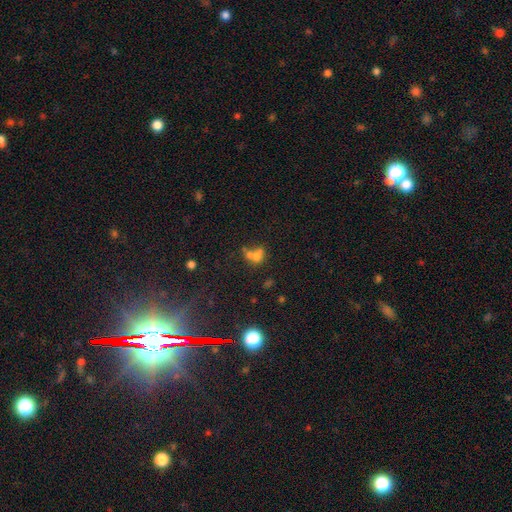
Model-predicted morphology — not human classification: Smooth or featured? Predicted: smooth (p=0.64). How rounded? Predicted: round (p=0.50). Merging? Predicted: merger (p=0.53).